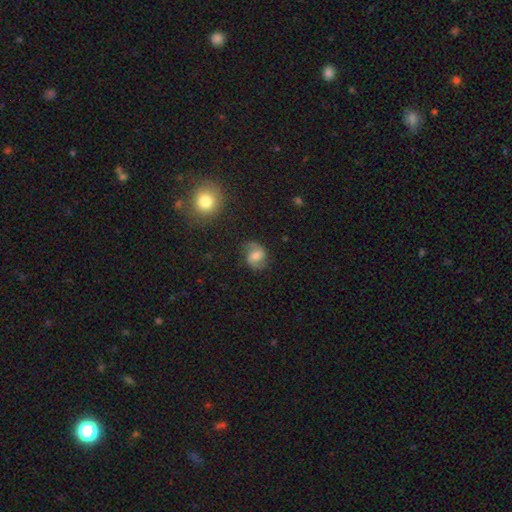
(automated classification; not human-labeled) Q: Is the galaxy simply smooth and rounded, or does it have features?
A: featured or disk — 69%.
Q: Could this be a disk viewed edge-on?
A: no — 98%.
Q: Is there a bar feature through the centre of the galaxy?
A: weak — 50%.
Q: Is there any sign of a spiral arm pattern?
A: yes — 93%.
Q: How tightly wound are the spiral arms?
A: medium — 50%.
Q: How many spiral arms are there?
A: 2 — 91%.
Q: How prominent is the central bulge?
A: moderate — 44%.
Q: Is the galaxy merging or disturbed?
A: none — 78%.